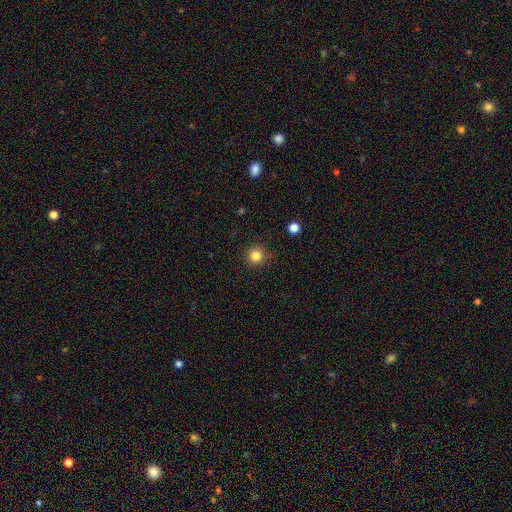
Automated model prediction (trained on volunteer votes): smooth 82%, star or artifact 12%, featured or disk 5%. Down the decision tree: how rounded — round (95%); merging — none (90%).